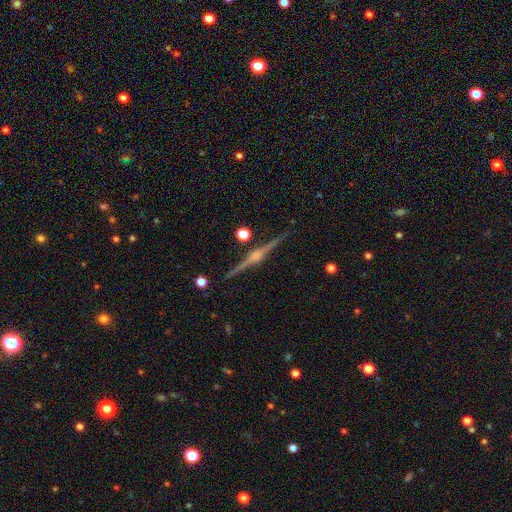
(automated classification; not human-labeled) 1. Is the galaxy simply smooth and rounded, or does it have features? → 89% featured or disk, 6% star or artifact, 5% smooth.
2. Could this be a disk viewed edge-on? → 99% yes, 1% no.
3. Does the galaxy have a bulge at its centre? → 89% rounded, 7% boxy, 4% none.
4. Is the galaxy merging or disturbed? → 91% none, 6% minor disturbance, 1% merger, 1% major disturbance.